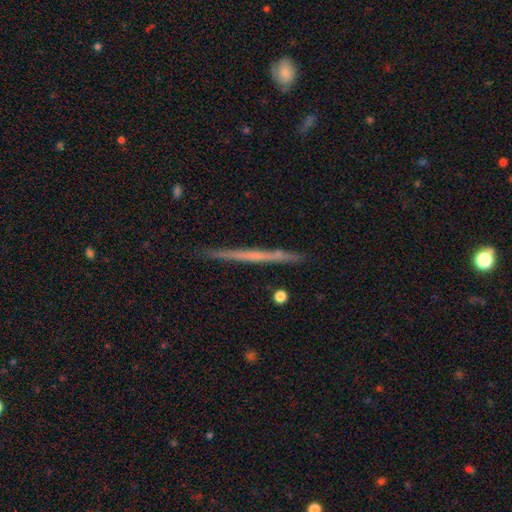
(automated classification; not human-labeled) This appears to be a featured or disk galaxy (58%) viewed edge-on (98%) with no central bulge (90%). Merging: none (91%).